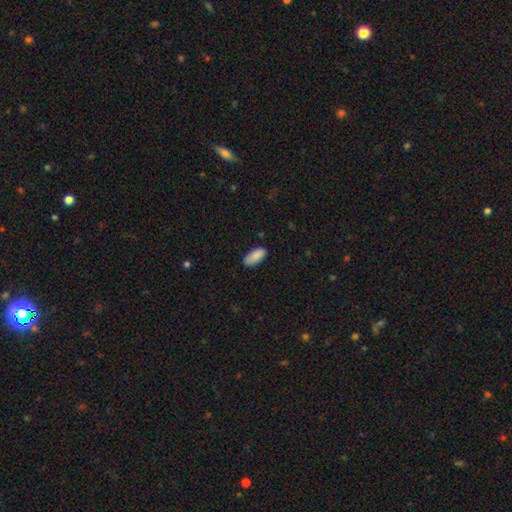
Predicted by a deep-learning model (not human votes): A smooth galaxy with no disk features (88%) that is in between round and cigar-shaped (92%).

Vote fractions:
- Smooth or featured? smooth: 88% / star or artifact: 7% / featured or disk: 5%
- How rounded? in between: 92% / cigar-shaped: 6% / round: 2%
- Merging? none: 79% / minor disturbance: 17% / major disturbance: 3% / merger: 1%